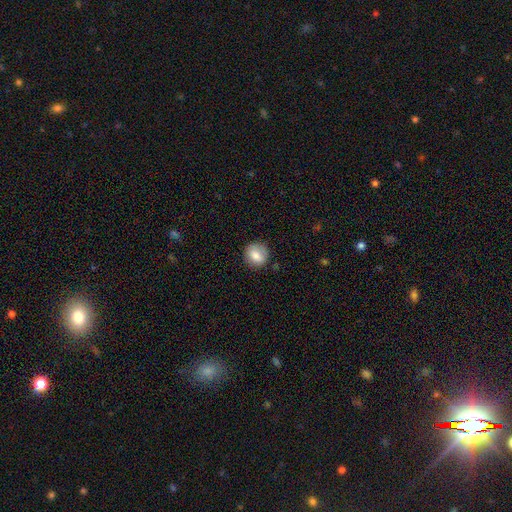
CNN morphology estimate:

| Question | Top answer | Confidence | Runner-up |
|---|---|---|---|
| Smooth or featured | smooth | 77% | featured or disk (15%) |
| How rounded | round | 84% | in between (15%) |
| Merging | none | 83% | minor disturbance (13%) |